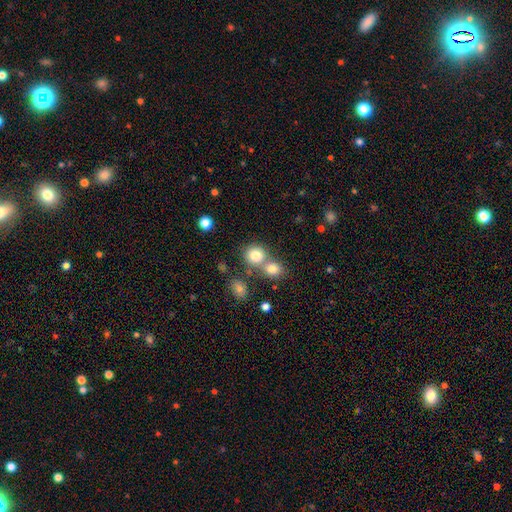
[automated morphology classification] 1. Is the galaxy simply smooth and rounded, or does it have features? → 81% smooth, 12% star or artifact, 8% featured or disk.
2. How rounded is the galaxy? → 85% round, 14% in between, 1% cigar-shaped.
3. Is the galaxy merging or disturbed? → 51% none, 39% merger, 7% minor disturbance, 3% major disturbance.